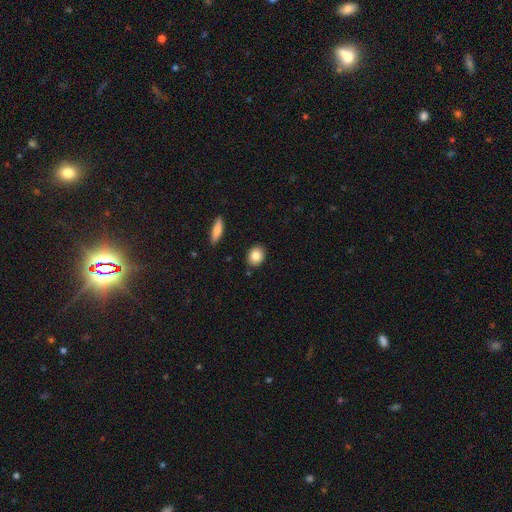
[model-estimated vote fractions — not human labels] This is clearly a smooth galaxy (84%). How rounded: possibly round (54%). Merging: clearly none (88%).